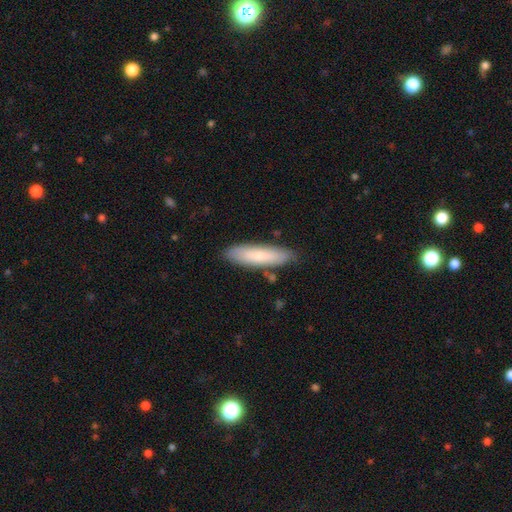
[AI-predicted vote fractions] Overall: smooth (71%). How rounded: cigar-shaped (69%; in between 30%). Merging: none (83%).